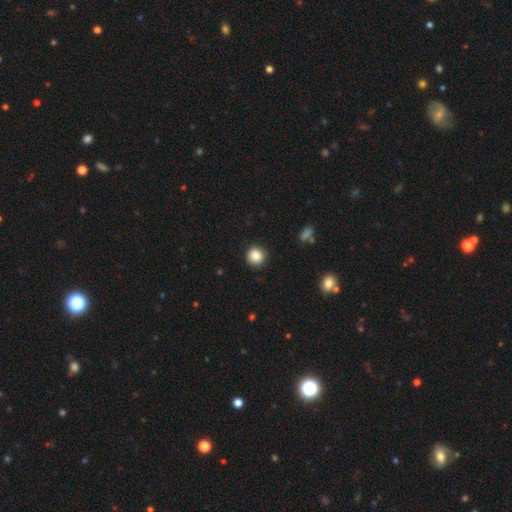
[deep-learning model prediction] Smooth or featured: smooth — 87% (star or artifact — 9%)
How rounded: round — 93% (in between — 6%)
Merging: none — 91% (minor disturbance — 6%)